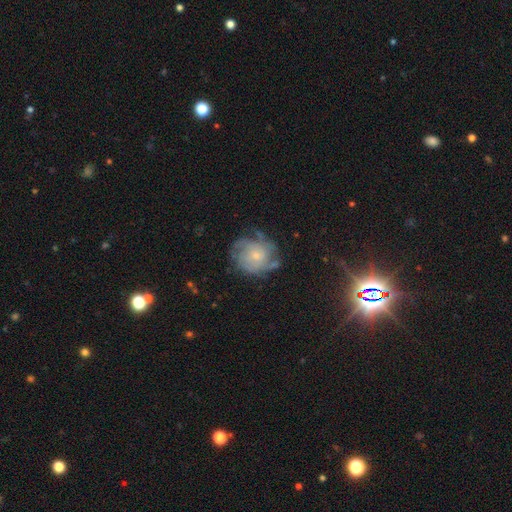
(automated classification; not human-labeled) A featured or disk galaxy (72%) with no bar (79%), tight (58%) spiral arms (87%) and a small central bulge (72%). Merging: none (61%).